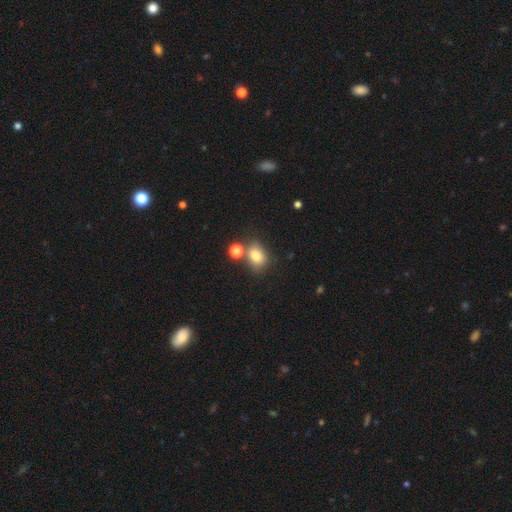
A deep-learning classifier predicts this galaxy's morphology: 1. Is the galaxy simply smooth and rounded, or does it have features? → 79% smooth, 12% star or artifact, 8% featured or disk.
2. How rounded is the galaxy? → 57% in between, 42% round, 1% cigar-shaped.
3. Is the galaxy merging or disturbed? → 62% none, 19% merger, 14% minor disturbance, 5% major disturbance.